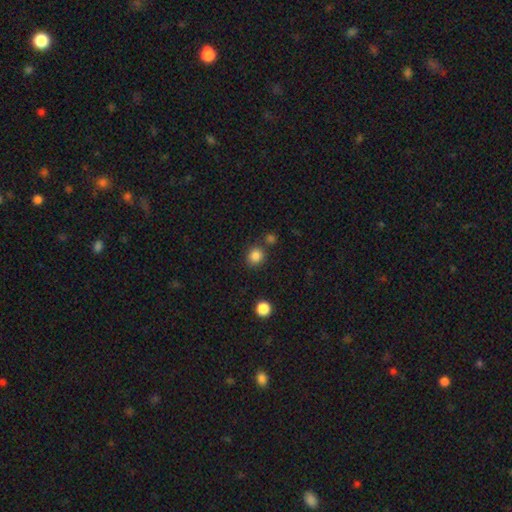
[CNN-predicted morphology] This appears to be a smooth galaxy with no disk features (85%) that is round (84%). Merging: none (79%).